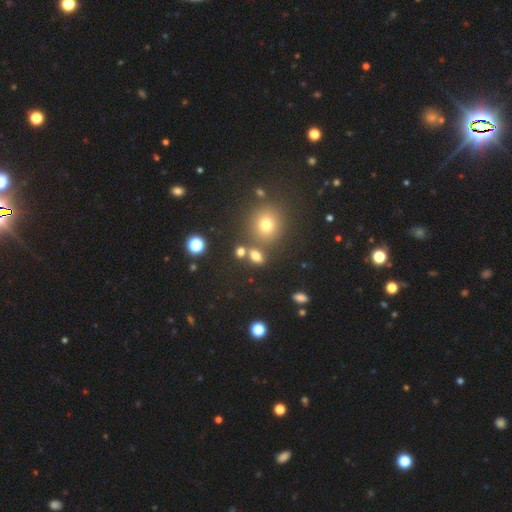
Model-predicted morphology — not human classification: The model was most divided on "how rounded": in between: 67%, round: 28%, cigar-shaped: 5%. More confident: smooth or featured — smooth (70%); merging — none (66%).